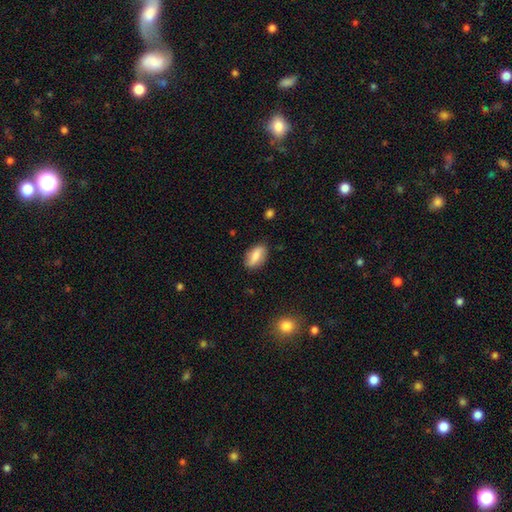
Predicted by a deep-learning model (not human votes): Smooth or featured: smooth — 70% (featured or disk — 23%)
How rounded: in between — 86% (cigar-shaped — 8%)
Merging: none — 83% (minor disturbance — 13%)